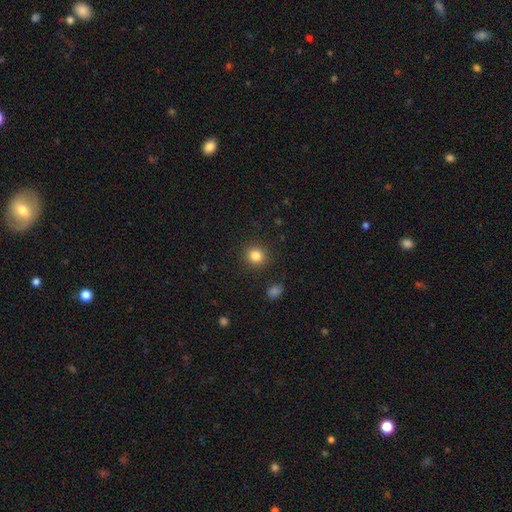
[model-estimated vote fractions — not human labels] smooth_or_featured: smooth (p=0.83) [alt: star or artifact p=0.12]
how_rounded: round (p=0.88) [alt: in between p=0.11]
merging: none (p=0.90) [alt: minor disturbance p=0.06]